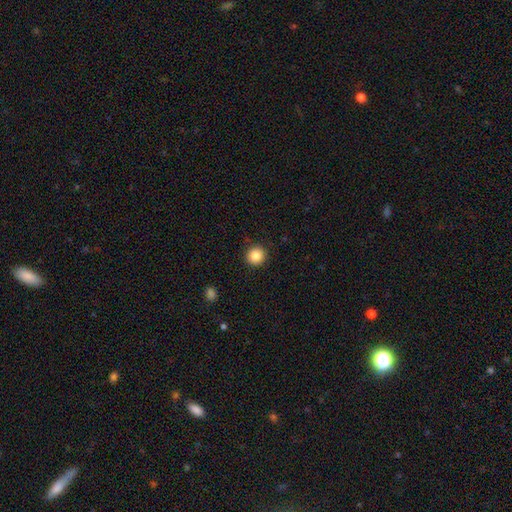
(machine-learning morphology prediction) type=smooth (86%); roundness=round (94%); merging=none (91%).